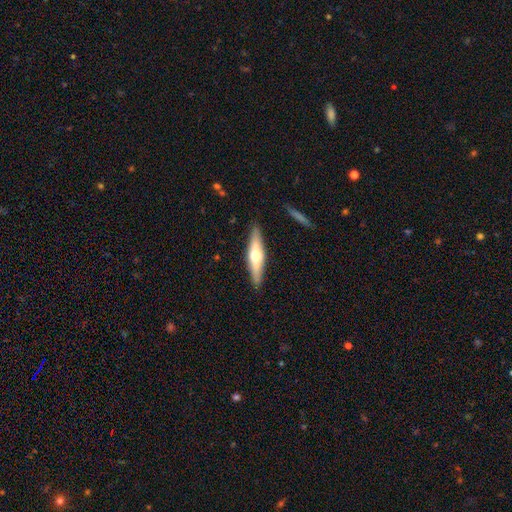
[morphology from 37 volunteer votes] Overall: featured or disk (59%; smooth 35%). Edge-on disk: yes (95%). Edge-on bulge: rounded (90%). Merging: none (83%).